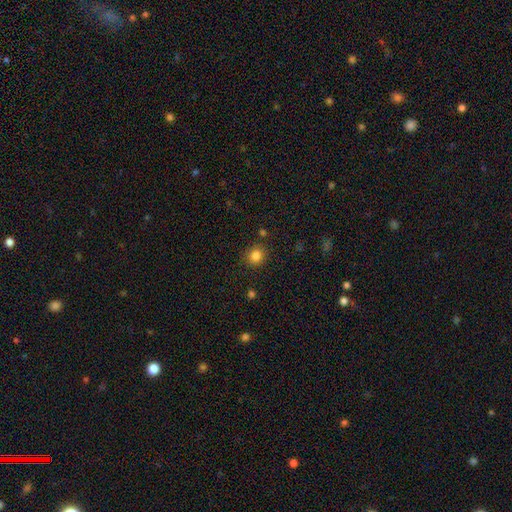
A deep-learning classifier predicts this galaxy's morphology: Smooth or featured?
  - smooth: 83% *
  - star or artifact: 12%
  - featured or disk: 5%
How rounded?
  - round: 83% *
  - in between: 16%
  - cigar-shaped: 1%
Merging?
  - none: 87% *
  - minor disturbance: 8%
  - merger: 3%
  - major disturbance: 2%